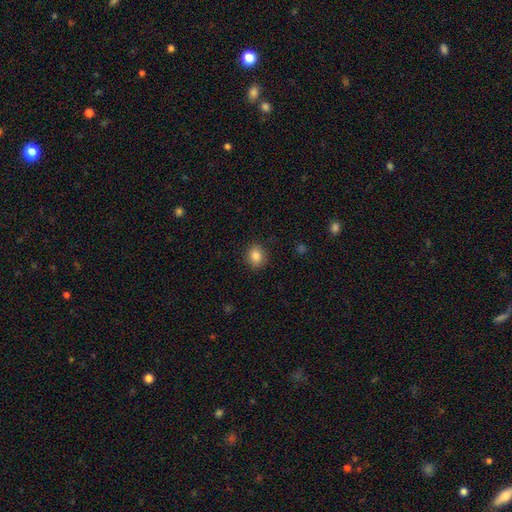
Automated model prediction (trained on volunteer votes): Morphology: type=smooth (85%); roundness=round (63%); merging=none (87%).